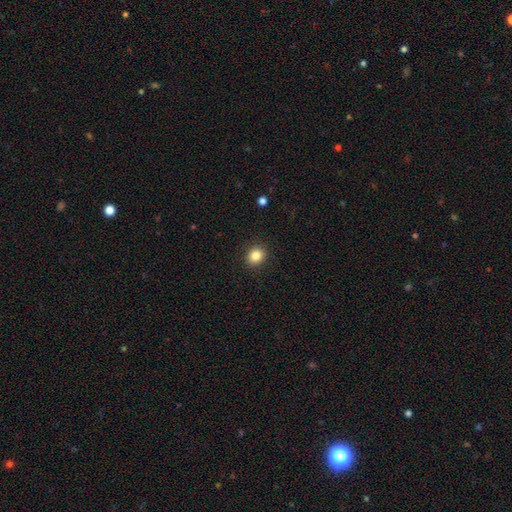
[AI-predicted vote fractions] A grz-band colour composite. It shows a smooth galaxy with no disk features (84%) that is round (75%). Merging: none (90%).